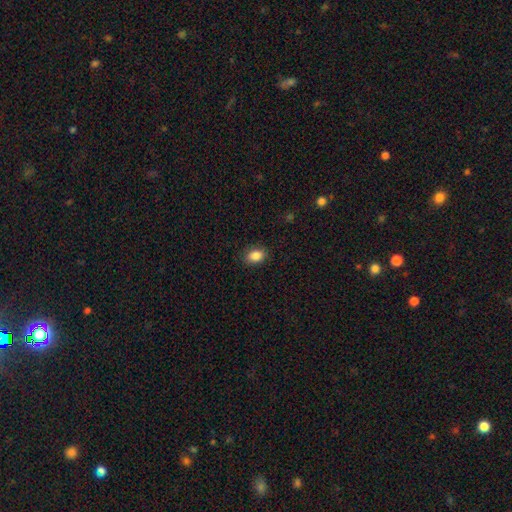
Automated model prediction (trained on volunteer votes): This is clearly a smooth galaxy (87%). How rounded: clearly in between (81%). Merging: clearly none (86%).